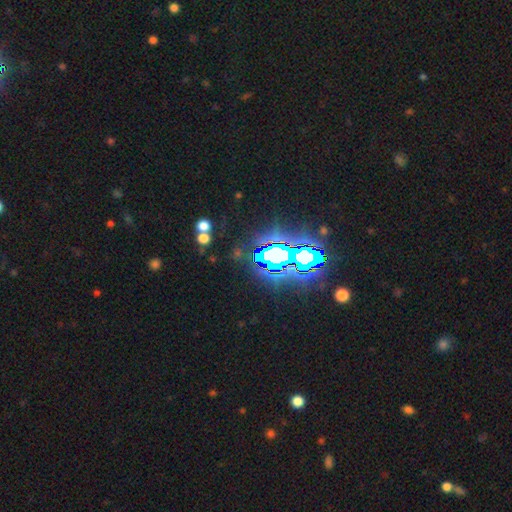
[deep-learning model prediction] Smooth or featured? star or artifact (82%)